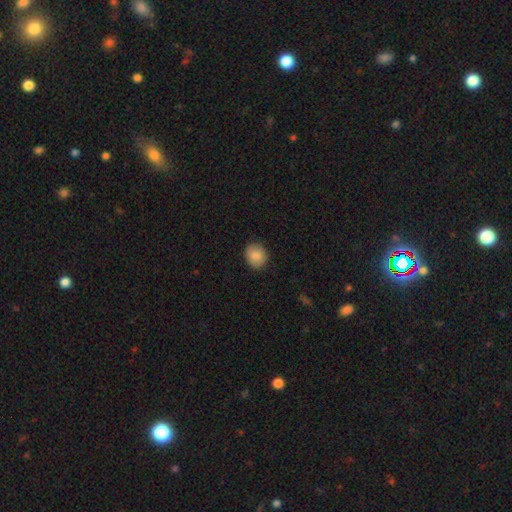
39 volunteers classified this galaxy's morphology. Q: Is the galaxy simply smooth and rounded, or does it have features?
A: smooth — 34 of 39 (87%).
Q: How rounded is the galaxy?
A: round — 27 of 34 (79%).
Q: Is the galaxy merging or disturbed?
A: none — 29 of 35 (83%).